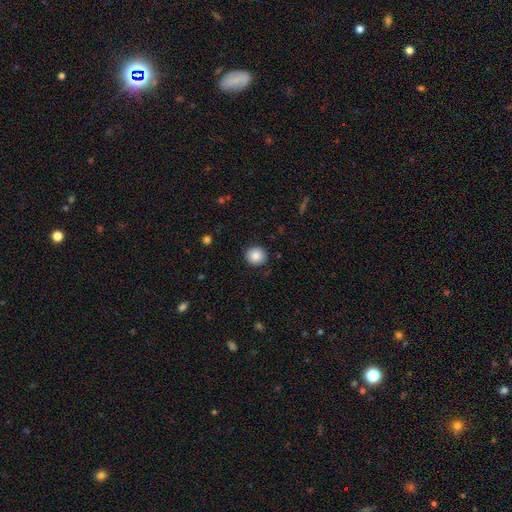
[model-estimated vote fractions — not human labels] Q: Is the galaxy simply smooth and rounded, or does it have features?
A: smooth — 85%.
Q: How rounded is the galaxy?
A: round — 87%.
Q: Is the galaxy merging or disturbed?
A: none — 89%.